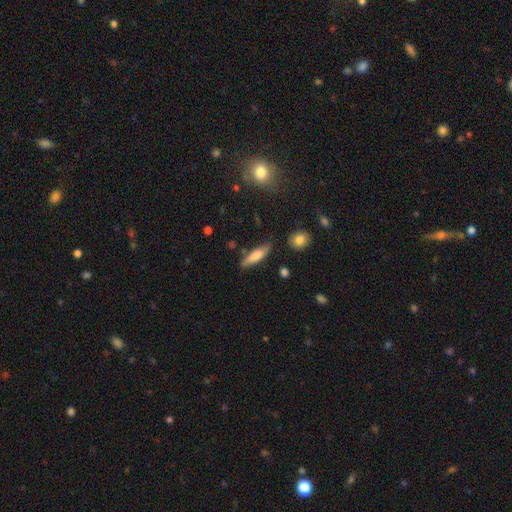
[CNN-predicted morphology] Smooth or featured?
  - smooth: 72% *
  - featured or disk: 21%
  - star or artifact: 7%
How rounded?
  - cigar-shaped: 63% *
  - in between: 35%
  - round: 2%
Merging?
  - none: 76% *
  - minor disturbance: 17%
  - merger: 4%
  - major disturbance: 4%